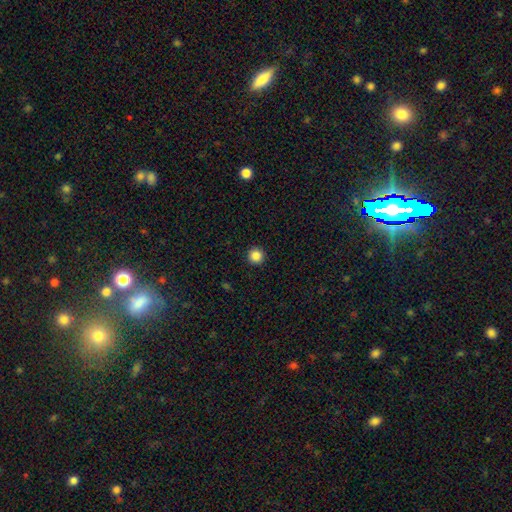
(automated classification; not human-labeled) The model was most divided on "smooth or featured": smooth: 86%, star or artifact: 11%, featured or disk: 3%. More confident: how rounded — round (96%); merging — none (93%).